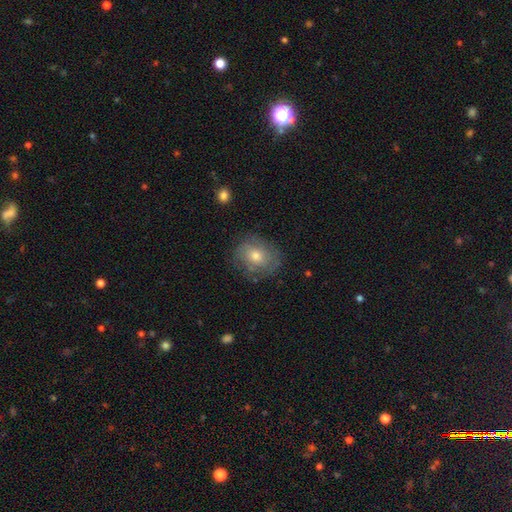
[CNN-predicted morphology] Q: Smooth or featured?
A: smooth (46%); runner-up: featured or disk (44%)
Q: Merging?
A: none (73%); runner-up: minor disturbance (18%)